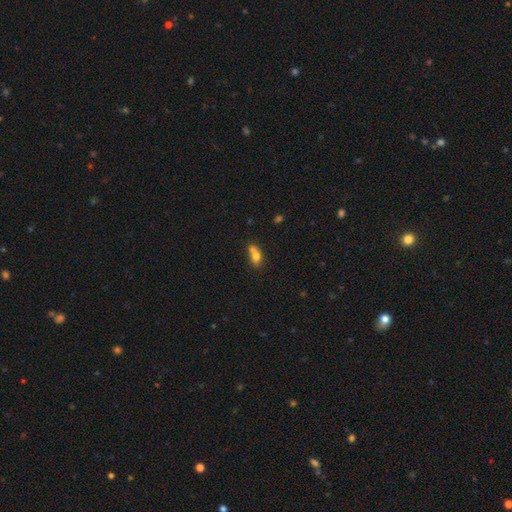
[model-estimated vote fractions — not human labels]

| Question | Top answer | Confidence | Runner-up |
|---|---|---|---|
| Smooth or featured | smooth | 72% | featured or disk (17%) |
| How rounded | in between | 56% | round (41%) |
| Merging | merger | 60% | none (26%) |